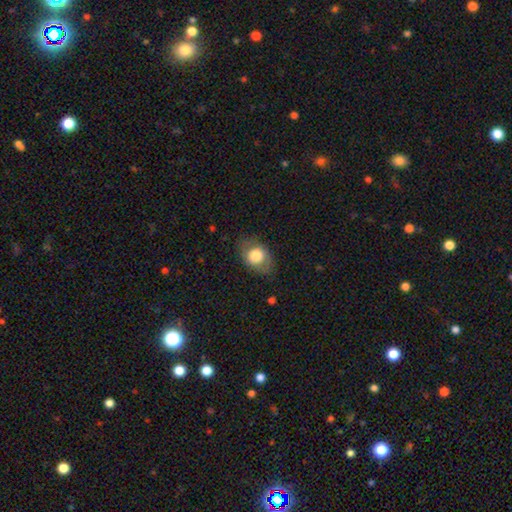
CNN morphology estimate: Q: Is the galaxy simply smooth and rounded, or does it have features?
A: smooth — 71%.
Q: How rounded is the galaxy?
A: in between — 75%.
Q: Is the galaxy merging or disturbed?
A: none — 77%.